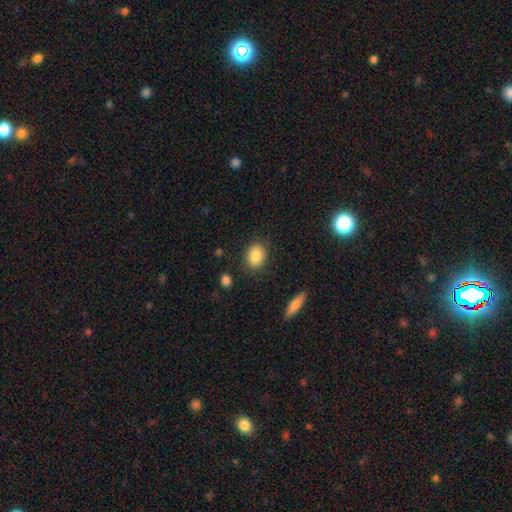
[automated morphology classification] This is clearly a smooth galaxy (85%). How rounded: possibly in between (51%). Merging: clearly none (85%).